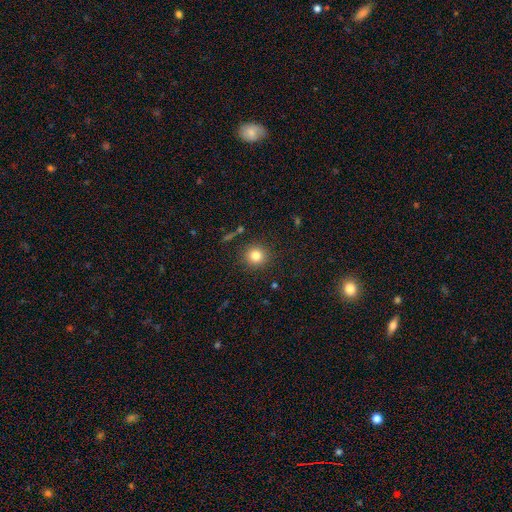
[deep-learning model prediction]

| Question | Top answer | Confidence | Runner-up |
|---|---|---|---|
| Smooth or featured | smooth | 82% | star or artifact (12%) |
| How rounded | round | 93% | in between (6%) |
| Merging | none | 89% | minor disturbance (7%) |